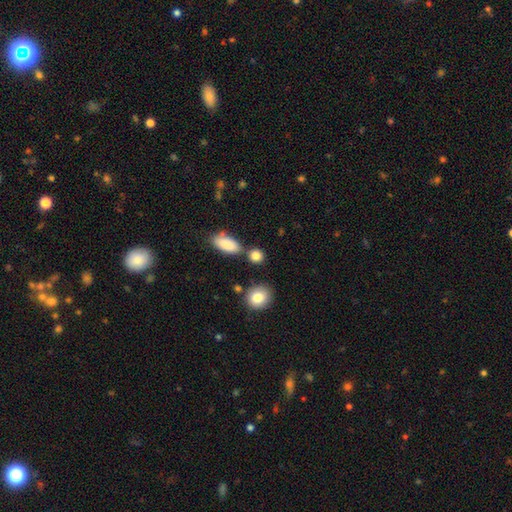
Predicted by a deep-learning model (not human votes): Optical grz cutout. It shows a smooth galaxy with no disk features (86%) that is round (71%). Merging: none (72%).